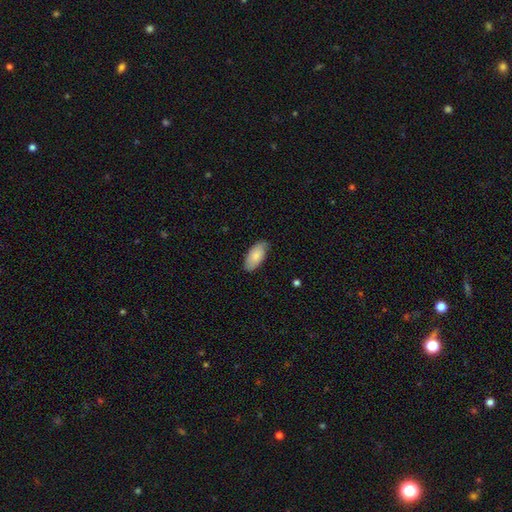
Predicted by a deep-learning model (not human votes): Smooth or featured? smooth (82%)
How rounded? in between (92%)
Merging? none (79%)